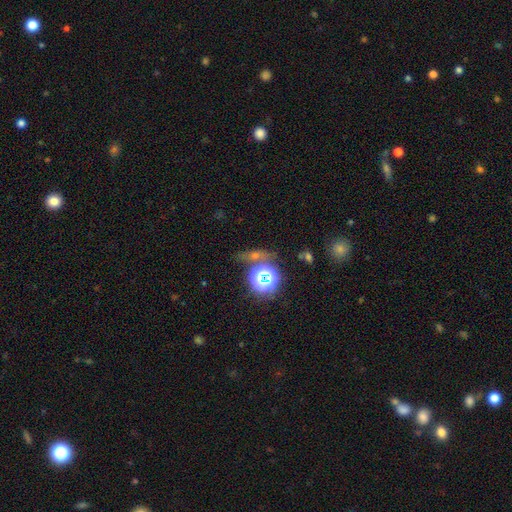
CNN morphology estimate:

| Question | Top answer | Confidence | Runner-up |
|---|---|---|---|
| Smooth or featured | star or artifact | 54% | smooth (29%) |